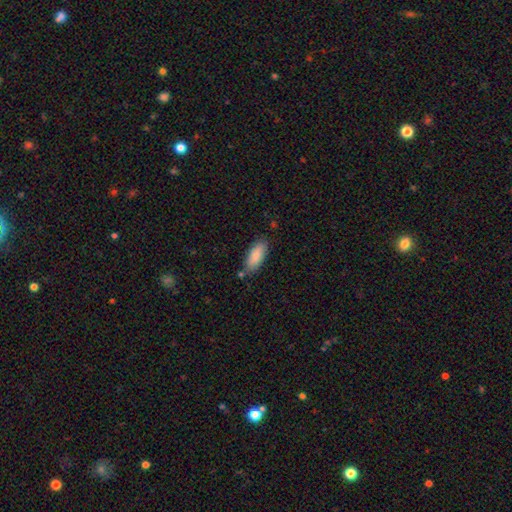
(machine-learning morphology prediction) type=smooth (88%); roundness=in between (79%); merging=none (78%).